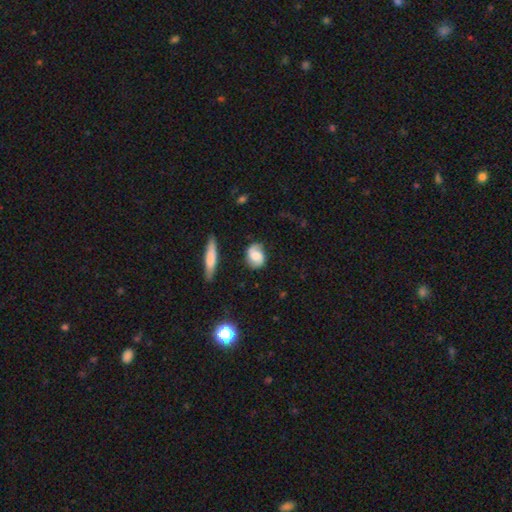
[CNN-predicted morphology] The model was most divided on "smooth or featured": smooth: 47%, featured or disk: 46%, star or artifact: 7%. More confident: merging — none (74%).